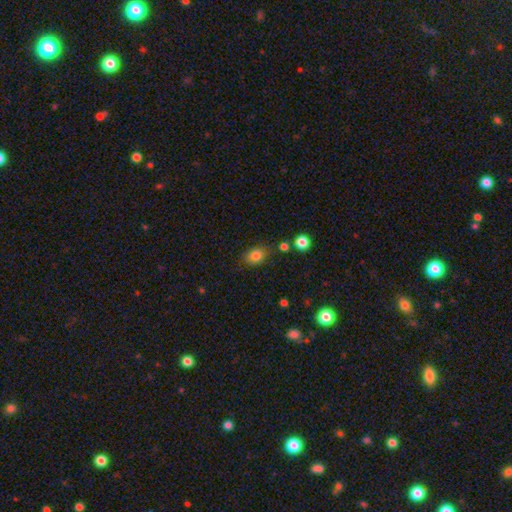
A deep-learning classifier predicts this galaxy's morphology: A smooth galaxy with no disk features (82%) that is in between round and cigar-shaped (69%). Merging: none (76%).